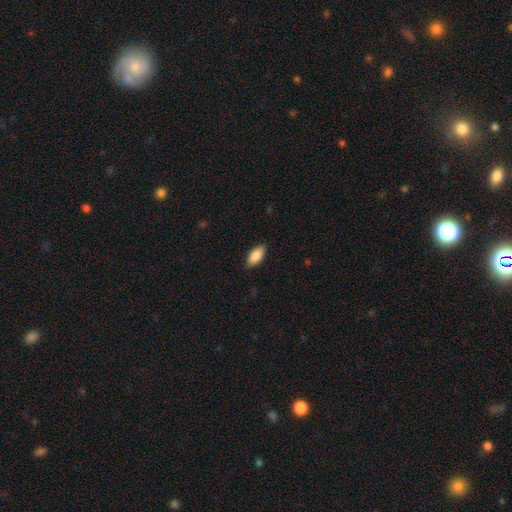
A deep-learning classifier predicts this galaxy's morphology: Q: Smooth or featured?
A: smooth (86%); runner-up: featured or disk (7%)
Q: How rounded?
A: in between (91%); runner-up: cigar-shaped (7%)
Q: Merging?
A: none (87%); runner-up: minor disturbance (10%)